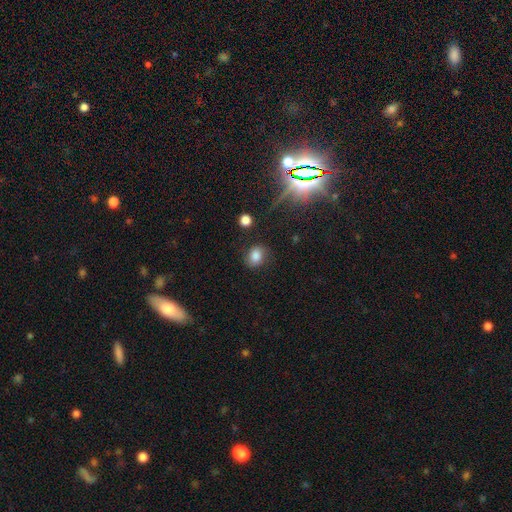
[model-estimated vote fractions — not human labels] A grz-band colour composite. It shows a smooth galaxy with no disk features (79%) that is round (51%). Merging: none (76%).